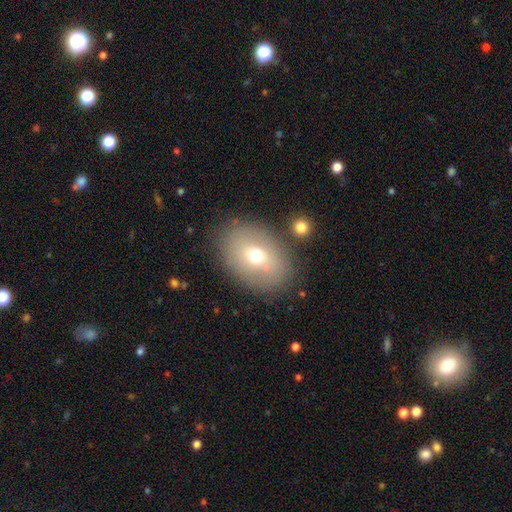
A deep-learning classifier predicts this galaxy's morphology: This appears to be a smooth galaxy with no disk features (62%) that is in between round and cigar-shaped (73%). Merging: none (78%).